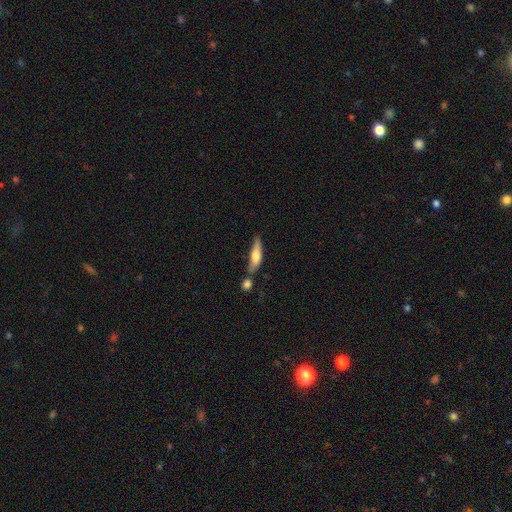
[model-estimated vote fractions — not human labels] This appears to be a smooth galaxy with no disk features (63%) that is cigar-shaped (67%). Merging: none (48%).